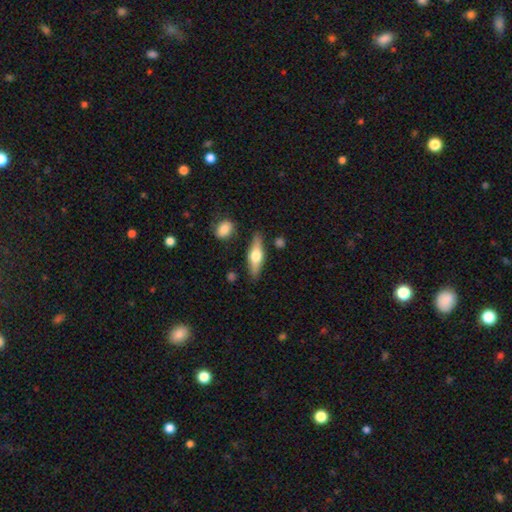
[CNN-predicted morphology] Q: Smooth or featured?
A: featured or disk (52%); runner-up: smooth (42%)
Q: Edge-on disk?
A: yes (92%); runner-up: no (8%)
Q: Merging?
A: none (83%); runner-up: minor disturbance (11%)